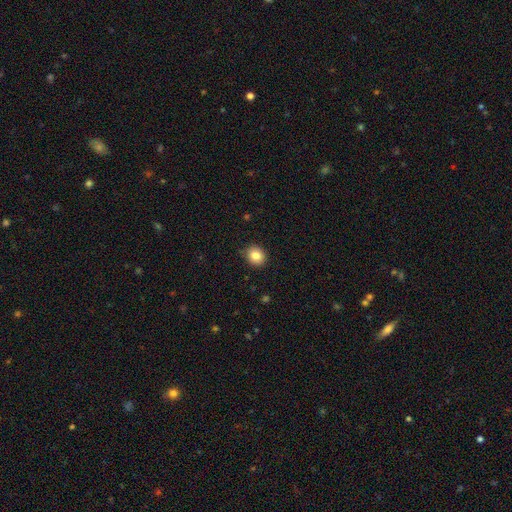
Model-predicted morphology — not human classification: smooth_or_featured: smooth (p=0.83) [alt: star or artifact p=0.10]
how_rounded: round (p=0.79) [alt: in between p=0.20]
merging: none (p=0.88) [alt: minor disturbance p=0.09]